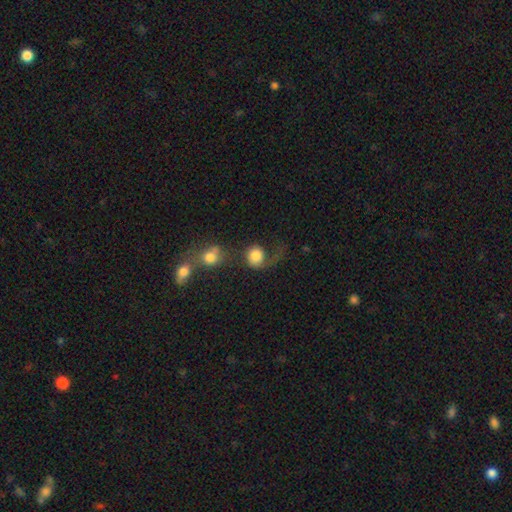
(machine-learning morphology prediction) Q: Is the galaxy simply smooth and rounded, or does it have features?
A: smooth — 71%.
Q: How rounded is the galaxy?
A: round — 79%.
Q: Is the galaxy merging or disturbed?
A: major disturbance — 35%.